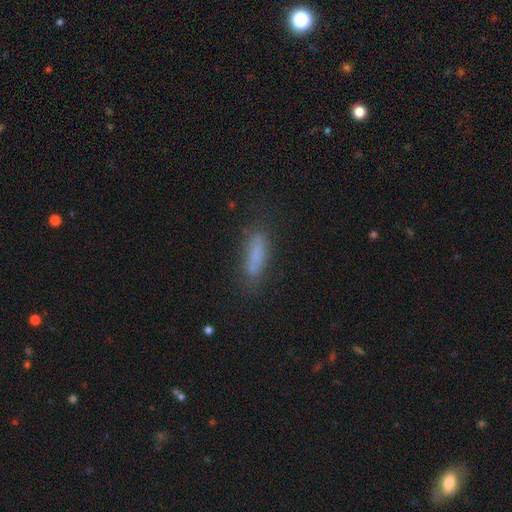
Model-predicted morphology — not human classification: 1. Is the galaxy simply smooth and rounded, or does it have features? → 73% smooth, 16% featured or disk, 11% star or artifact.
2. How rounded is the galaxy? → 65% cigar-shaped, 33% in between, 2% round.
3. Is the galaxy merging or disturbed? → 73% none, 17% minor disturbance, 7% major disturbance, 3% merger.